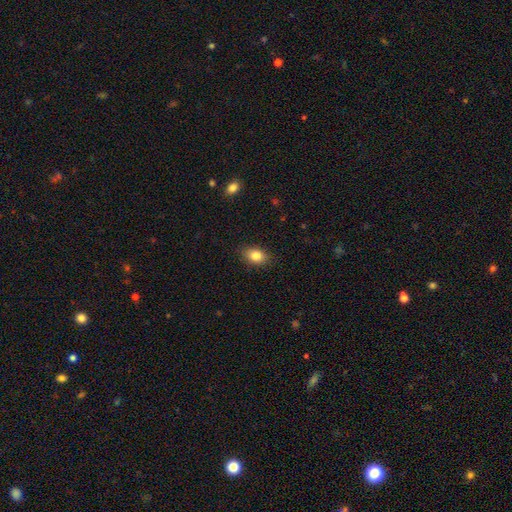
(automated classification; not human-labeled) This appears to be a smooth galaxy with no disk features (84%) that is in between round and cigar-shaped (83%). Merging: none (87%).